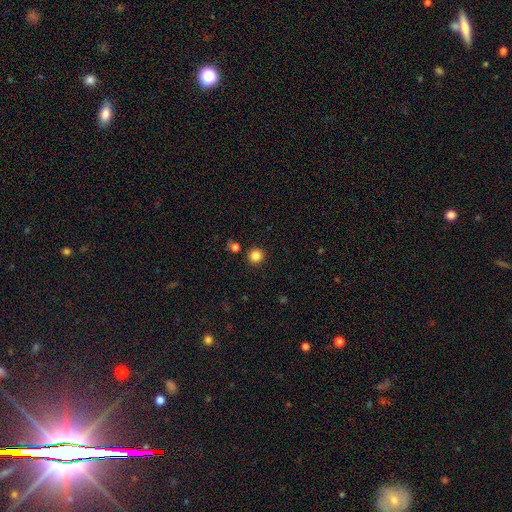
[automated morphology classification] This is clearly a smooth galaxy (84%). How rounded: clearly round (95%). Merging: clearly none (89%).